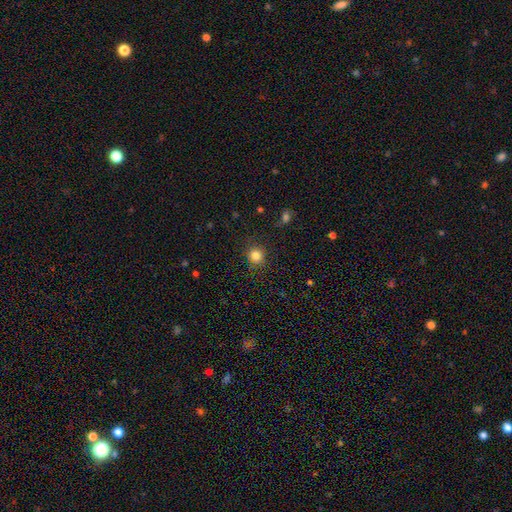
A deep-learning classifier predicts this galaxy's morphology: smooth 83%, star or artifact 12%, featured or disk 5%. Down the decision tree: how rounded — round (90%); merging — none (87%).